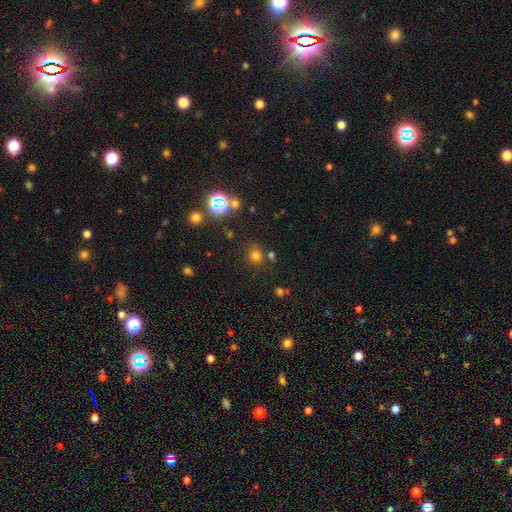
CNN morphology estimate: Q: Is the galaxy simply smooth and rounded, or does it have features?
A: smooth — 69%.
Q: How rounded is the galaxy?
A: round — 81%.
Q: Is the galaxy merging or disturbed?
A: none — 75%.